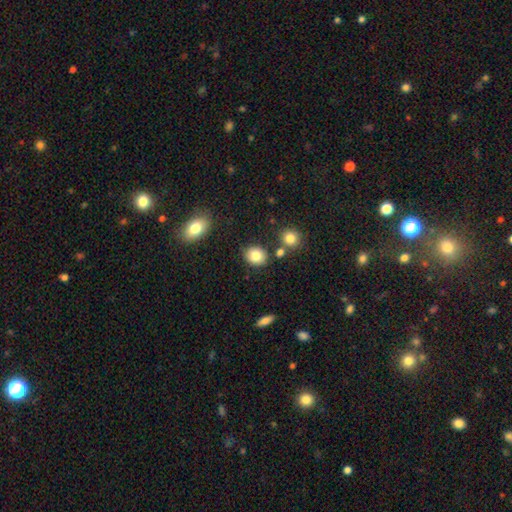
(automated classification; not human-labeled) Smooth or featured?
  - smooth: 83% *
  - star or artifact: 9%
  - featured or disk: 8%
How rounded?
  - round: 56% *
  - in between: 43%
  - cigar-shaped: 1%
Merging?
  - none: 82% *
  - minor disturbance: 10%
  - merger: 6%
  - major disturbance: 3%